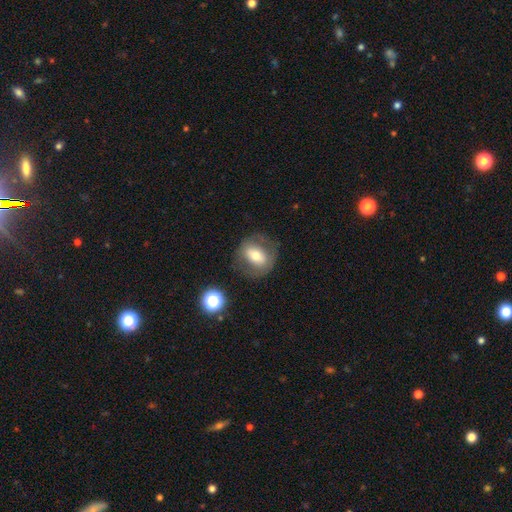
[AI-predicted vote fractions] Overall: smooth (56%; featured or disk 35%). How rounded: in between (51%; round 47%). Merging: none (71%).